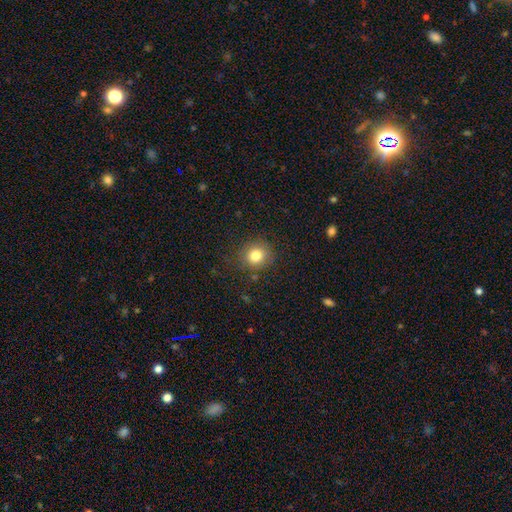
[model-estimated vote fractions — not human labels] smooth-or-featured: smooth: 81% | star or artifact: 12% | featured or disk: 7%
  how-rounded: round: 86% | in between: 13% | cigar-shaped: 1%
  merging: none: 85% | minor disturbance: 10% | major disturbance: 3% | merger: 2%